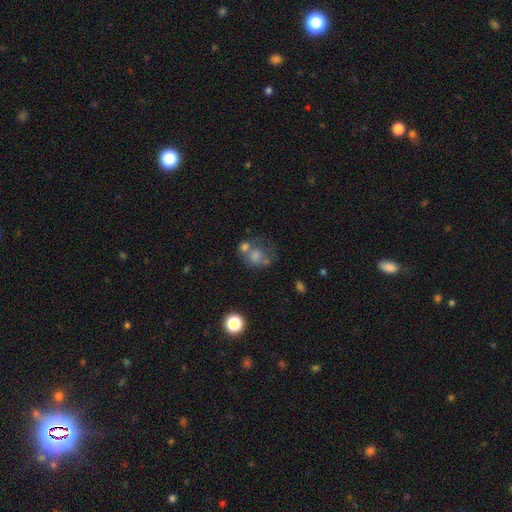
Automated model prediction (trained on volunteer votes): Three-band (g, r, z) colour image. It shows a smooth galaxy with no disk features (63%) that is round (62%). Merging: merger (42%).